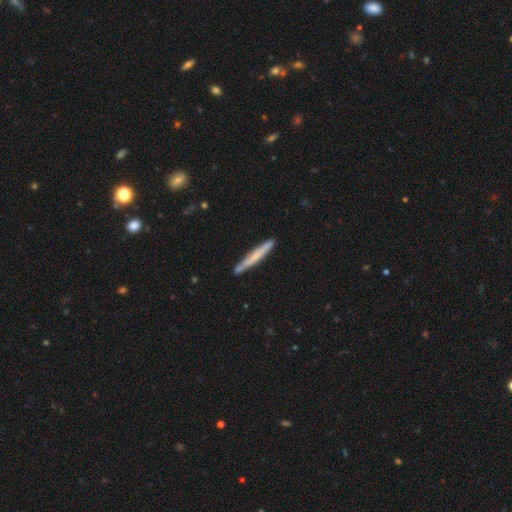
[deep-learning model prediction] smooth 58%, featured or disk 37%, star or artifact 5%. Down the decision tree: how rounded — cigar-shaped (96%); merging — none (87%).